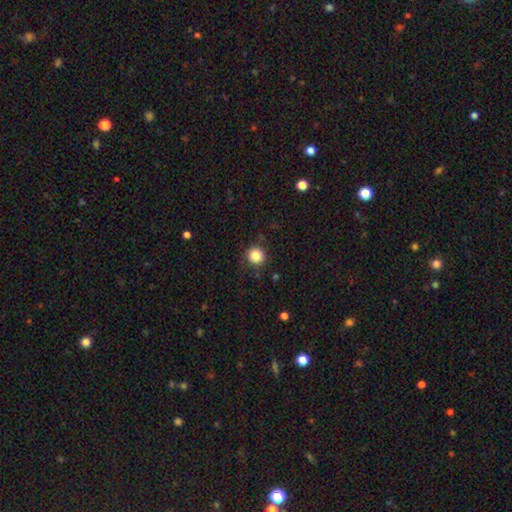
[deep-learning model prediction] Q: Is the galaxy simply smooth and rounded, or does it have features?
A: smooth — 84%.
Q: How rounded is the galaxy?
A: round — 93%.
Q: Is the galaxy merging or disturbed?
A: none — 86%.